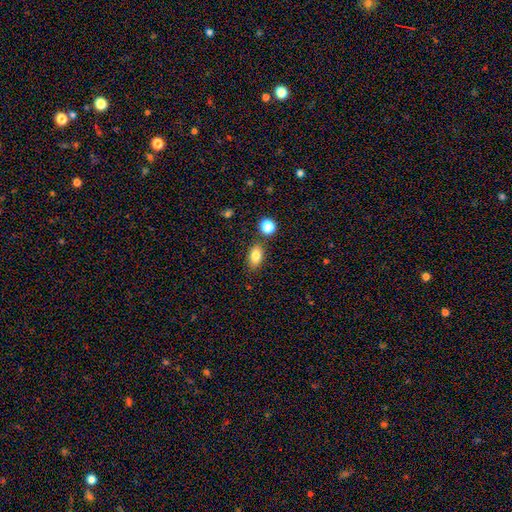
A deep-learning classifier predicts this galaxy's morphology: Smooth or featured? Predicted: smooth (p=0.83). How rounded? Predicted: in between (p=0.86). Merging? Predicted: none (p=0.79).